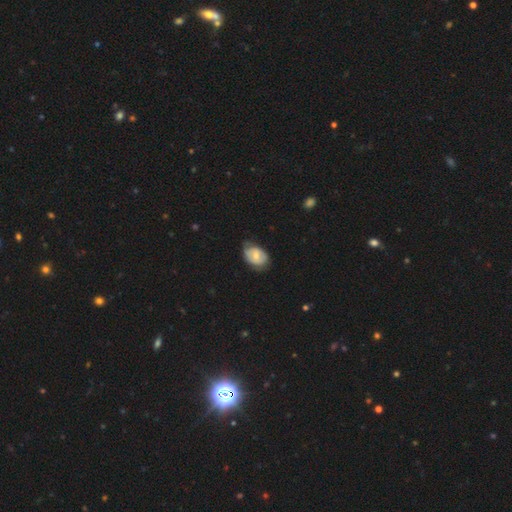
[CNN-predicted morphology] Overall: smooth (56%; featured or disk 37%). How rounded: in between (79%). Merging: none (61%; minor disturbance 31%).